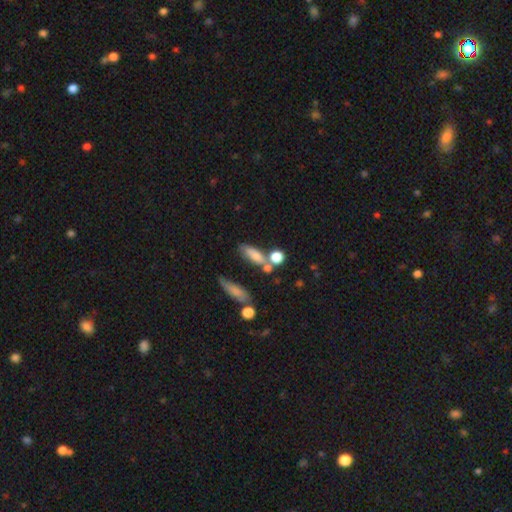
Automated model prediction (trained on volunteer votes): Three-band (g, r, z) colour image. It shows a smooth galaxy with no disk features (72%) that is in between round and cigar-shaped (51%). Merging: none (47%).